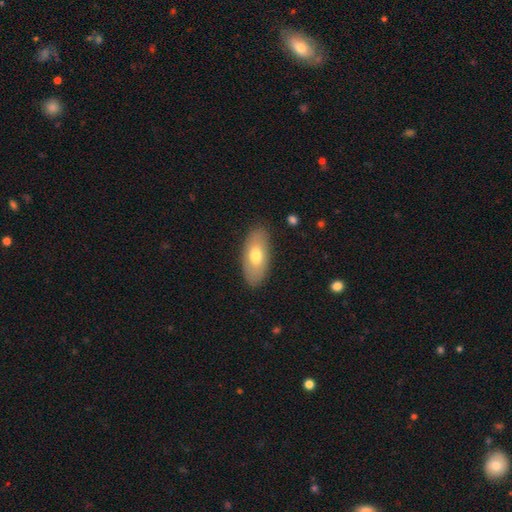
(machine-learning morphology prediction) Smooth or featured?
  - smooth: 68% *
  - featured or disk: 26%
  - star or artifact: 6%
How rounded?
  - in between: 89% *
  - cigar-shaped: 8%
  - round: 3%
Merging?
  - none: 85% *
  - minor disturbance: 11%
  - major disturbance: 3%
  - merger: 1%